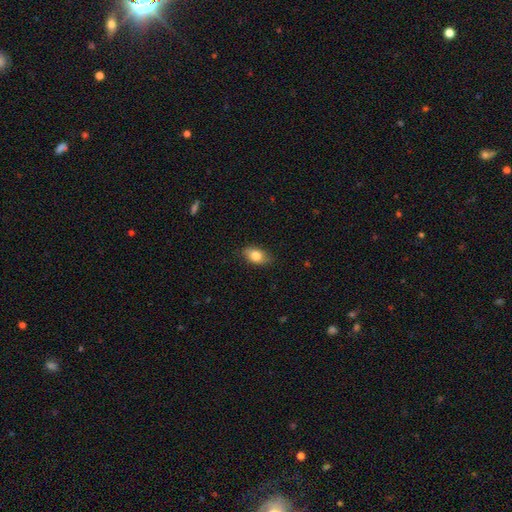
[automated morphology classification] This is likely a smooth galaxy (80%). How rounded: clearly in between (87%). Merging: clearly none (82%).